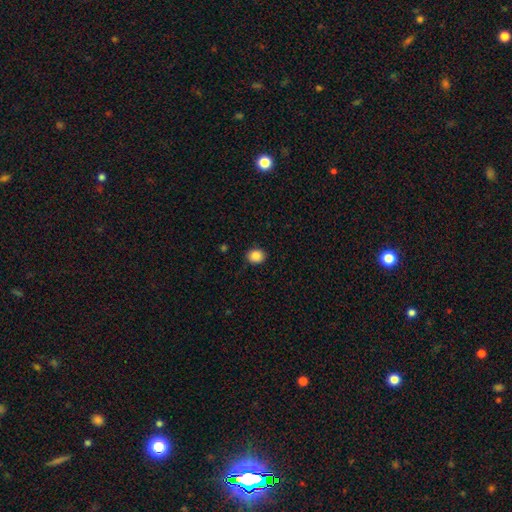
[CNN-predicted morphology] Smooth or featured?
  - smooth: 86% *
  - star or artifact: 9%
  - featured or disk: 4%
How rounded?
  - round: 70% *
  - in between: 29%
  - cigar-shaped: 1%
Merging?
  - none: 90% *
  - minor disturbance: 7%
  - major disturbance: 2%
  - merger: 1%